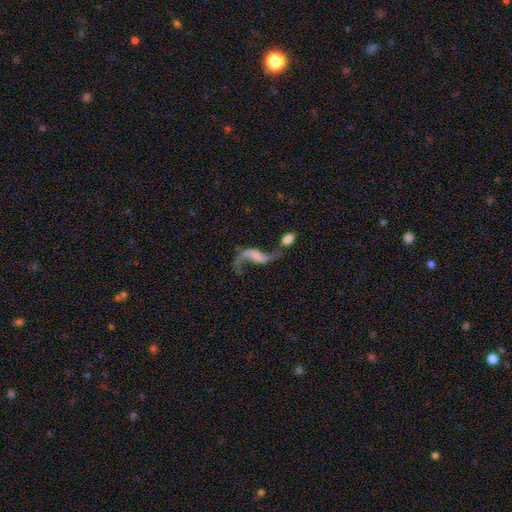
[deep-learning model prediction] Overall: featured or disk (80%). Edge-on disk: no (95%). Bar: no (43%; weak 37%). Spiral arms: yes (90%). Spiral arm count: 2 (84%). Spiral winding: loose (93%). Bulge size: none (55%; small 20%). Merging: merger (35%; none 34%).